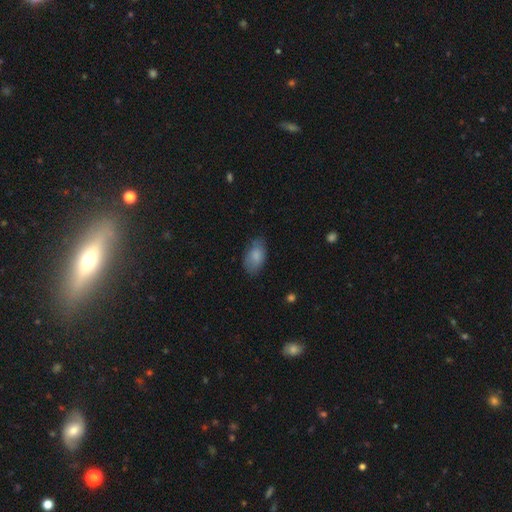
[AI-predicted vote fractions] A smooth galaxy with no disk features (83%) that is in between round and cigar-shaped (93%). Merging: none (71%).